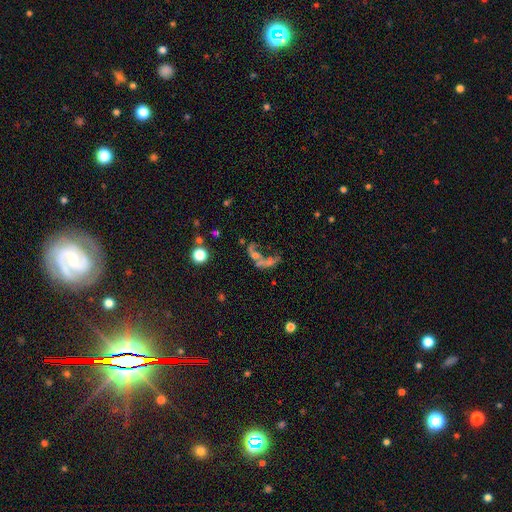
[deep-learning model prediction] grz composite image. It shows a featured or disk galaxy (41%). Merging: merger (47%).